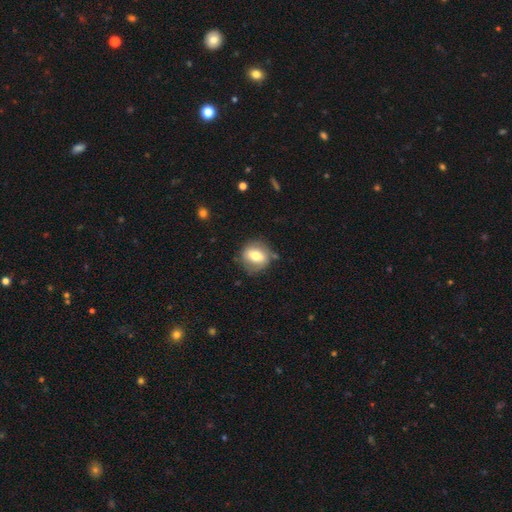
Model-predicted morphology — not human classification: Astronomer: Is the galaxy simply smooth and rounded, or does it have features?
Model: smooth — 63%.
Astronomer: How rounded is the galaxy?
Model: round — 73%.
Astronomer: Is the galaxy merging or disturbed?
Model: none — 73%.